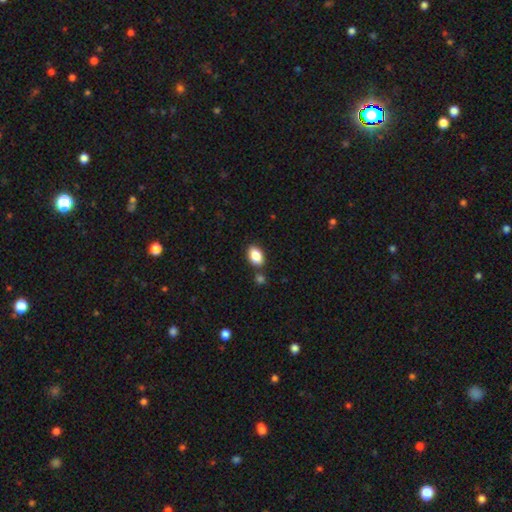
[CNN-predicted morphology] smooth-or-featured: smooth: 86% | star or artifact: 8% | featured or disk: 7%
  how-rounded: in between: 90% | round: 8% | cigar-shaped: 2%
  merging: none: 79% | minor disturbance: 11% | merger: 8% | major disturbance: 3%